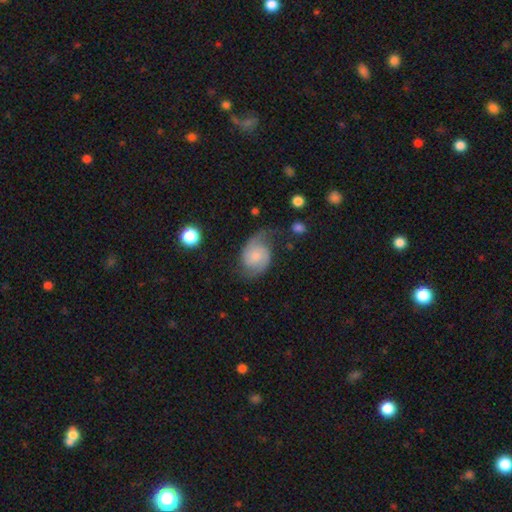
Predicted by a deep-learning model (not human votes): Overall: featured or disk (72%). Edge-on disk: no (98%). Bar: no (65%; weak 30%). Spiral arms: yes (94%). Spiral arm count: 2 (90%). Spiral winding: medium (47%; loose 30%). Bulge size: small (41%; moderate 32%). Merging: none (59%; minor disturbance 25%).